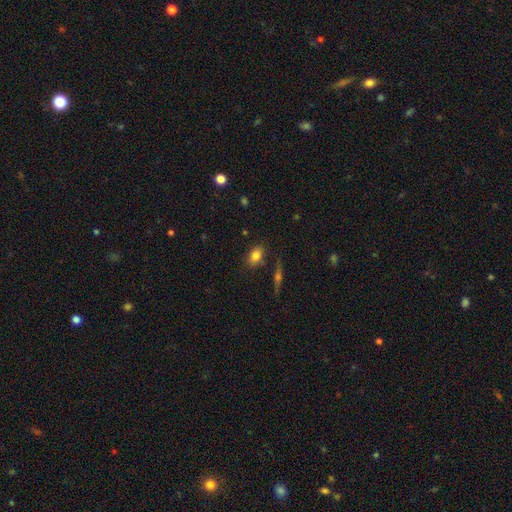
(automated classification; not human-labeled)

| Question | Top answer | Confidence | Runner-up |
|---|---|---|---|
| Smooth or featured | smooth | 79% | featured or disk (12%) |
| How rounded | in between | 79% | round (18%) |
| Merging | none | 77% | minor disturbance (14%) |